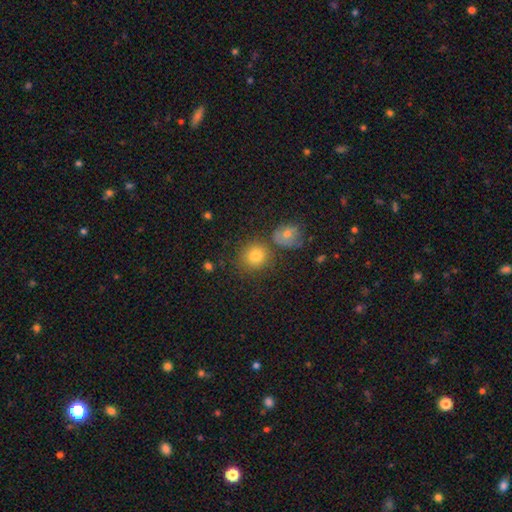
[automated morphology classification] smooth-or-featured: smooth: 80% | star or artifact: 12% | featured or disk: 8%
  how-rounded: round: 84% | in between: 15% | cigar-shaped: 1%
  merging: none: 67% | merger: 17% | minor disturbance: 12% | major disturbance: 4%